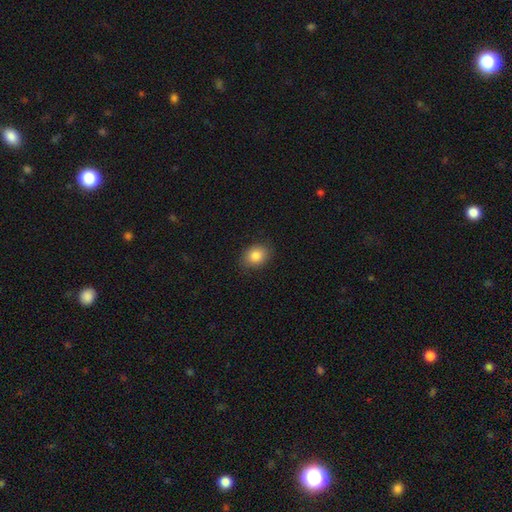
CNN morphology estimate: Smooth or featured: smooth — 84% (star or artifact — 9%)
How rounded: in between — 54% (round — 45%)
Merging: none — 86% (minor disturbance — 10%)